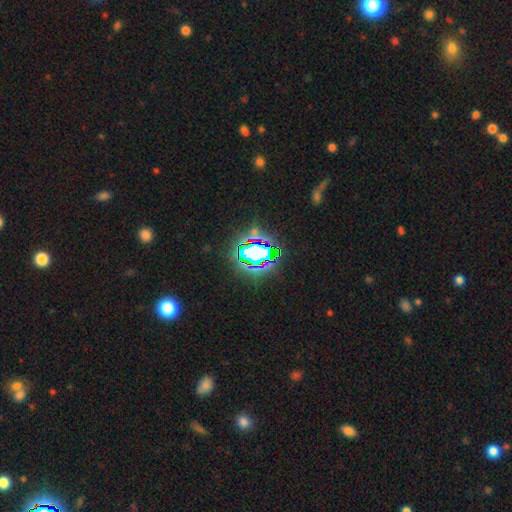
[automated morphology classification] smooth_or_featured: star or artifact (p=0.69) [alt: smooth p=0.18]